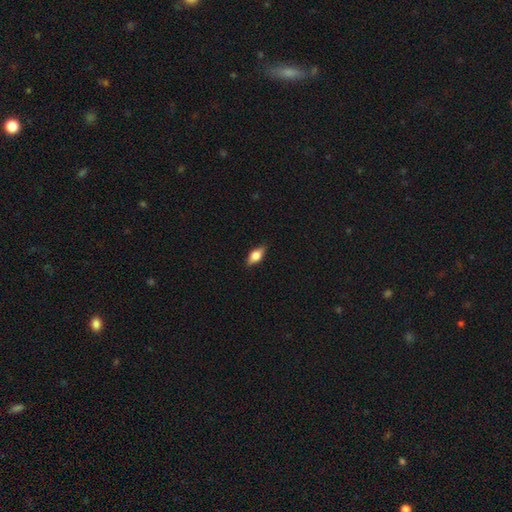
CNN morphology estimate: Q: Smooth or featured?
A: smooth (60%); runner-up: featured or disk (32%)
Q: How rounded?
A: in between (79%); runner-up: cigar-shaped (15%)
Q: Merging?
A: none (85%); runner-up: minor disturbance (12%)